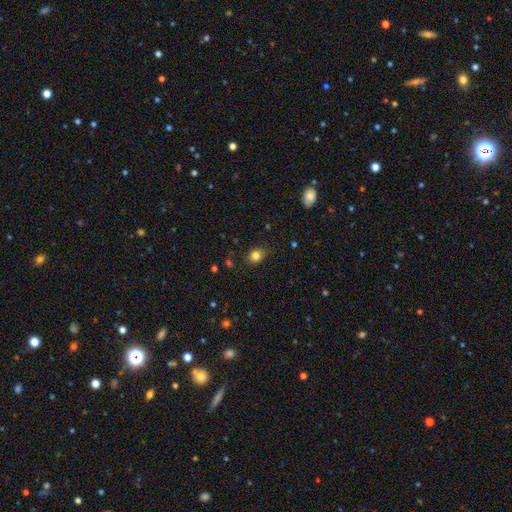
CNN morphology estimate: A smooth galaxy with no disk features (82%) that is round (63%). Merging: none (80%).